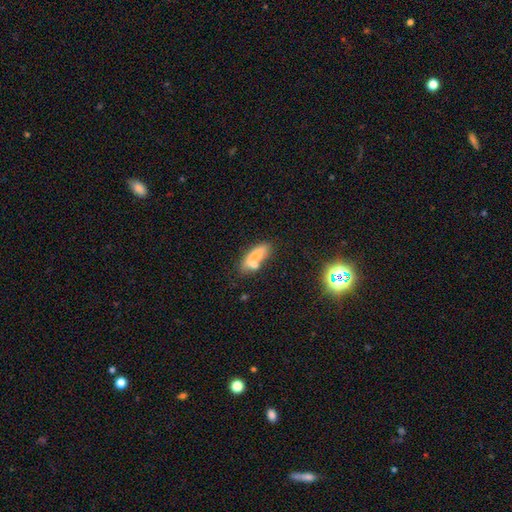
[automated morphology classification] Smooth or featured? Predicted: smooth (p=0.74). How rounded? Predicted: in between (p=0.67). Merging? Predicted: none (p=0.48).